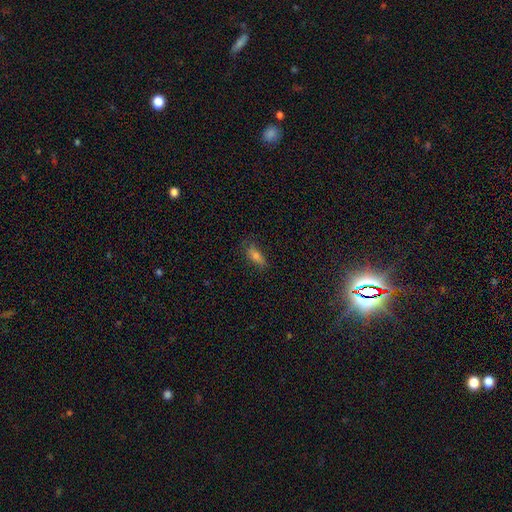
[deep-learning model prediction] Overall: smooth (67%). How rounded: in between (67%; cigar-shaped 28%). Merging: none (73%).